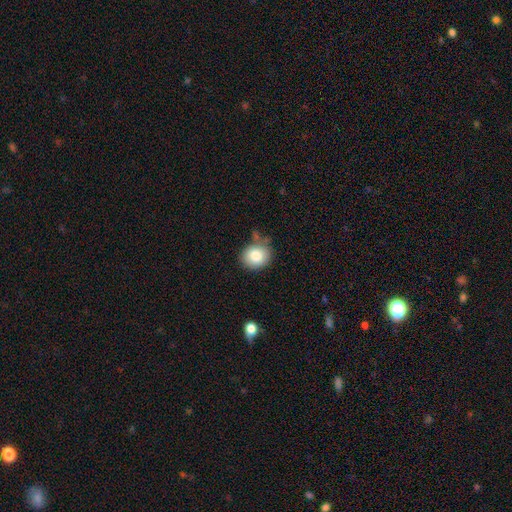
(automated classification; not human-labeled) smooth_or_featured: smooth (p=0.83) [alt: star or artifact p=0.09]
how_rounded: round (p=0.66) [alt: in between p=0.33]
merging: none (p=0.66) [alt: minor disturbance p=0.21]